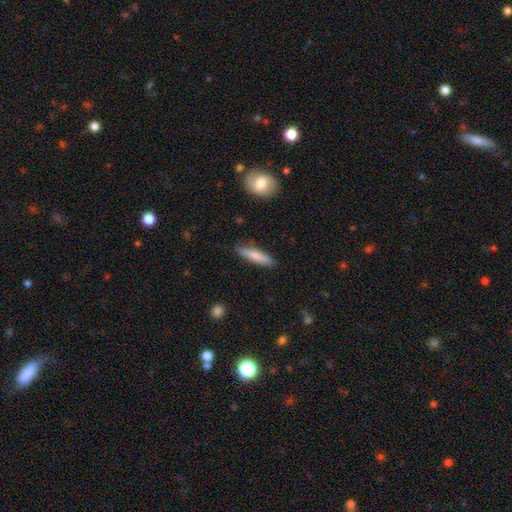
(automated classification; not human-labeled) Smooth or featured? Predicted: smooth (p=0.80). How rounded? Predicted: cigar-shaped (p=0.79). Merging? Predicted: none (p=0.86).